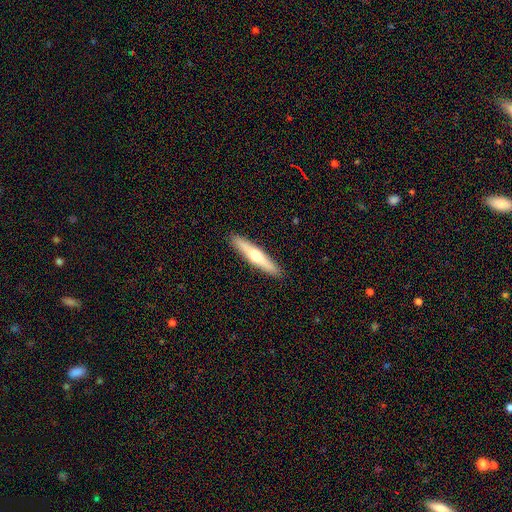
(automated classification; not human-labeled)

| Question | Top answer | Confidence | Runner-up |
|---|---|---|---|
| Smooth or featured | featured or disk | 56% | smooth (39%) |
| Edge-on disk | yes | 95% | no (5%) |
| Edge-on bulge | rounded | 92% | none (6%) |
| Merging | none | 92% | minor disturbance (6%) |